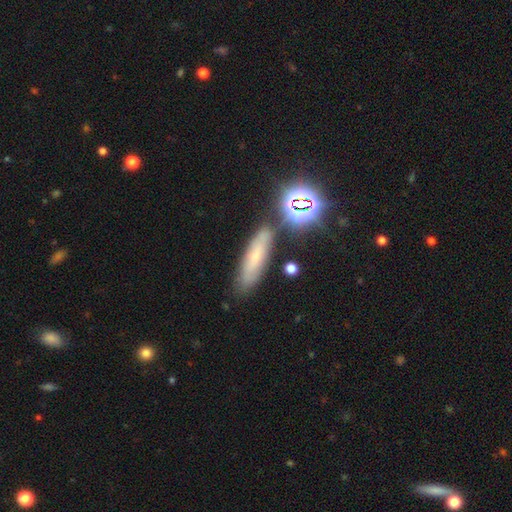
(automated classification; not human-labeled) smooth-or-featured: smooth: 49% | featured or disk: 28% | star or artifact: 23%
  merging: none: 77% | minor disturbance: 13% | merger: 6% | major disturbance: 4%